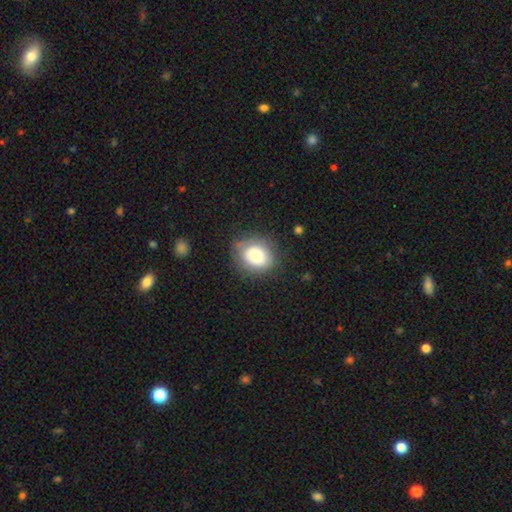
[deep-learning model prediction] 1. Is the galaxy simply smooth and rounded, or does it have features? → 75% smooth, 16% featured or disk, 9% star or artifact.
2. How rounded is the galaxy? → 57% round, 42% in between, 1% cigar-shaped.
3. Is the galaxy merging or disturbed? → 77% none, 15% minor disturbance, 6% major disturbance, 2% merger.